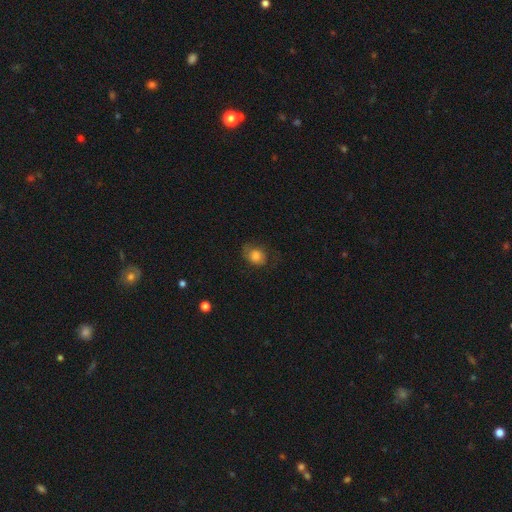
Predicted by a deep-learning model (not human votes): This is likely a smooth galaxy (73%). How rounded: possibly round (54%). Merging: likely none (61%).